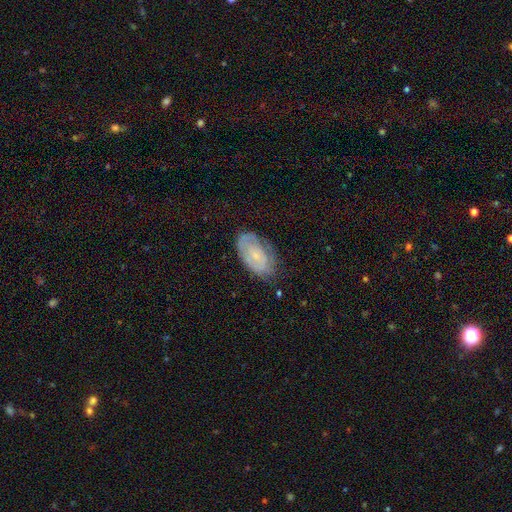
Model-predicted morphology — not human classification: type=featured or disk (56%); edge-on=no (94%); bar=no (74%); spiral arms=yes (67%); bulge=small (70%); merging=none (65%).